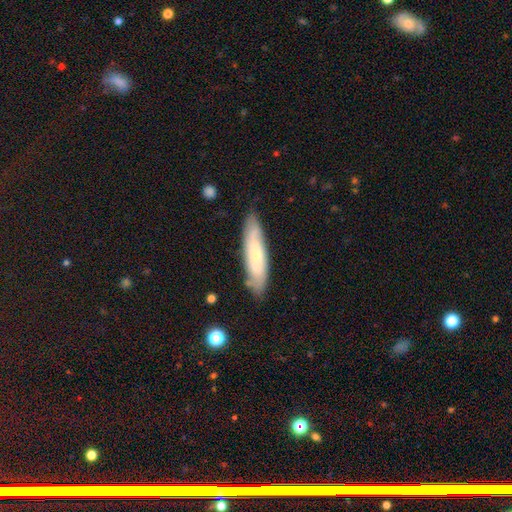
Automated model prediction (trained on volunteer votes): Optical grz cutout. It shows a smooth galaxy with no disk features (52%) that is cigar-shaped (74%). Merging: none (81%).